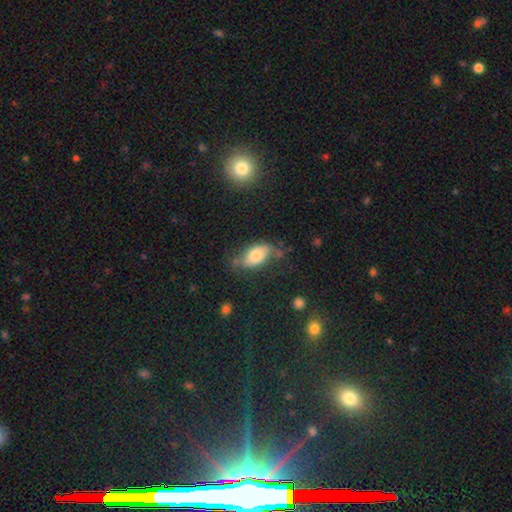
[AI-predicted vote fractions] A smooth galaxy with no disk features (69%) that is in between round and cigar-shaped (89%).

Vote fractions:
- Smooth or featured? smooth: 69% / featured or disk: 23% / star or artifact: 8%
- How rounded? in between: 89% / round: 6% / cigar-shaped: 5%
- Merging? none: 56% / minor disturbance: 27% / major disturbance: 12% / merger: 5%